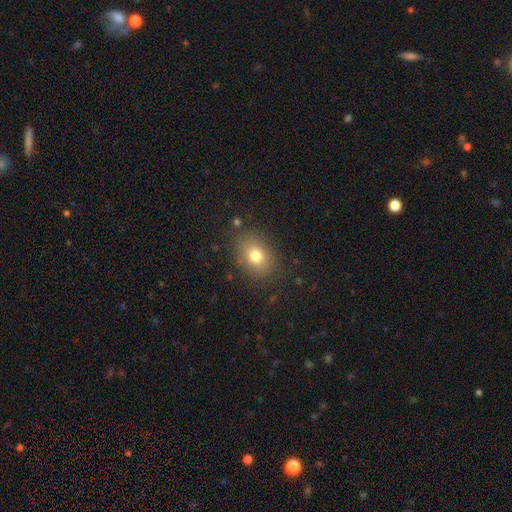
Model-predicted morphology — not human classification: The model was most divided on "how rounded": in between: 60%, round: 39%, cigar-shaped: 1%. More confident: merging — none (84%); smooth or featured — smooth (77%).